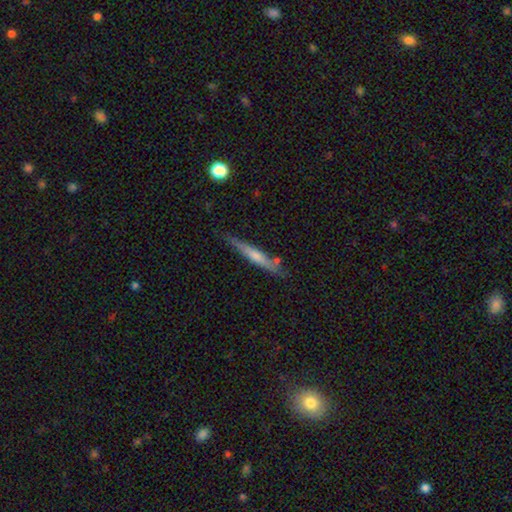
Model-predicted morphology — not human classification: A smooth galaxy with no disk features (47%, tied with featured or disk).

Vote fractions:
- Smooth or featured? smooth: 47% (tied) / featured or disk: 47% (tied) / star or artifact: 6%
- Merging? none: 79% / minor disturbance: 14% / merger: 4% / major disturbance: 2%